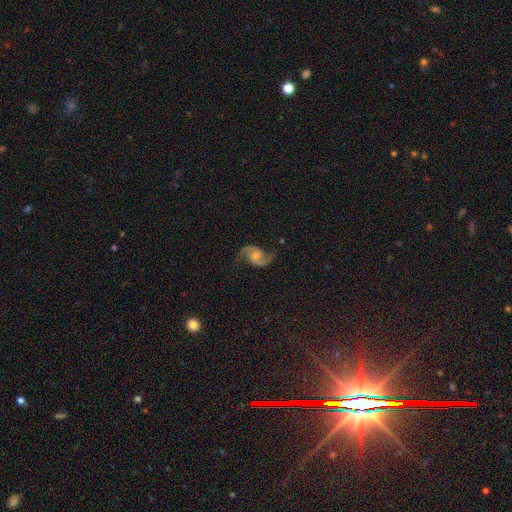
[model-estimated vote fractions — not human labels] A featured or disk galaxy (90%) with no bar (59%), 2 (94%) medium (51%) spiral arms (98%) and a moderate central bulge (54%).

Vote fractions:
- Smooth or featured? featured or disk: 90% / star or artifact: 6% / smooth: 4%
- Edge-on disk? no: 98% / yes: 2%
- Bar? no: 59% / weak: 33% / strong: 8%
- Spiral arms? yes: 98% / no: 2%
- Spiral winding? medium: 51% / loose: 37% / tight: 12%
- Spiral arm count? 2: 94% / can't tell: 1% / 1: 1% / 3: 1% / 4: 1% / more than 4: 1%
- Bulge size? moderate: 54% / small: 39% / large: 3% / none: 3% / dominant: 1%
- Merging? none: 80% / minor disturbance: 13% / major disturbance: 5% / merger: 2%